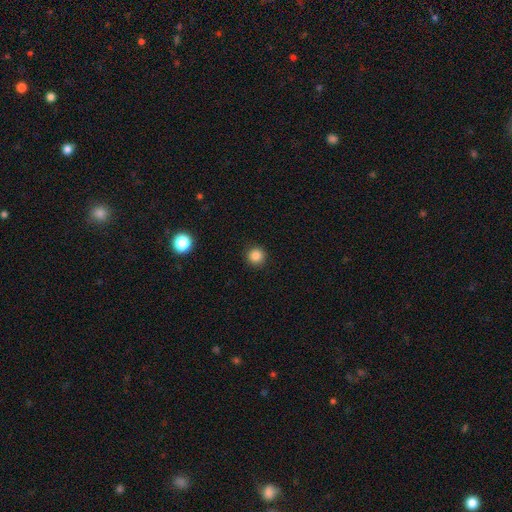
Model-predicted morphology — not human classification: Smooth or featured: smooth — 85% (star or artifact — 11%)
How rounded: round — 95% (in between — 4%)
Merging: none — 92% (minor disturbance — 5%)